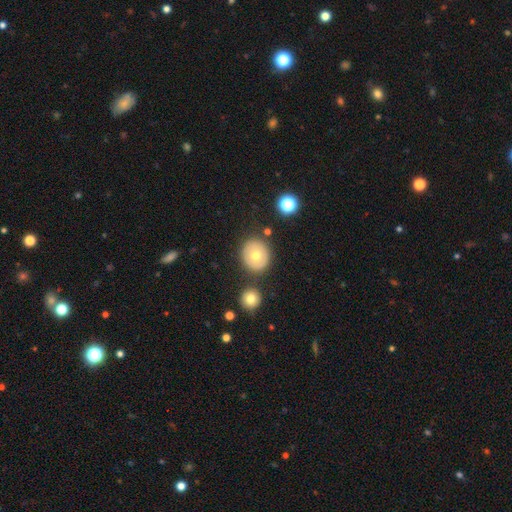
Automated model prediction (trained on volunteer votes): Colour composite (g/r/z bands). It shows a smooth galaxy with no disk features (66%) that is round (87%). Merging: none (81%).